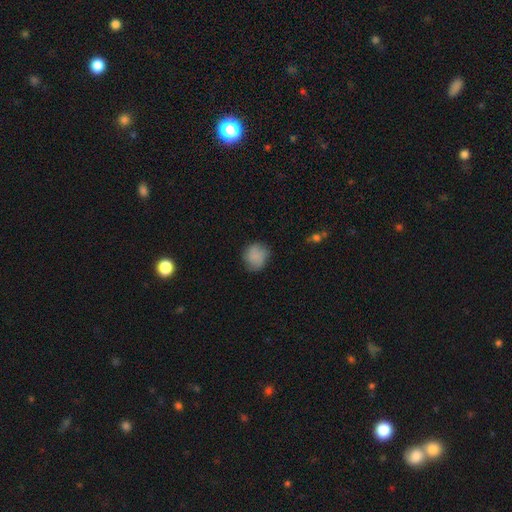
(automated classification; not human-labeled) A smooth galaxy with no disk features (81%) that is round (83%). Merging: none (73%).